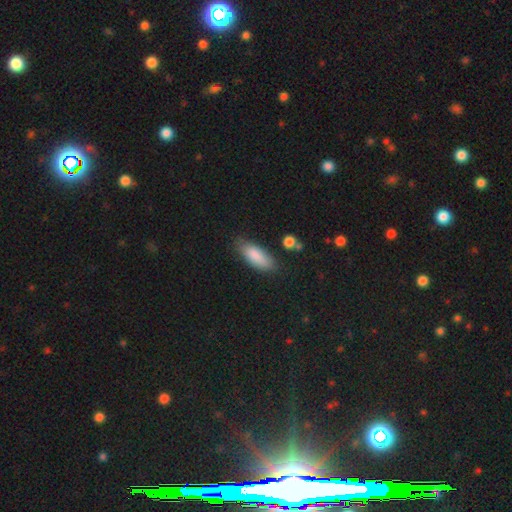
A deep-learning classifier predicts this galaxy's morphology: This is clearly a smooth galaxy (86%). How rounded: likely in between (74%). Merging: likely none (76%).